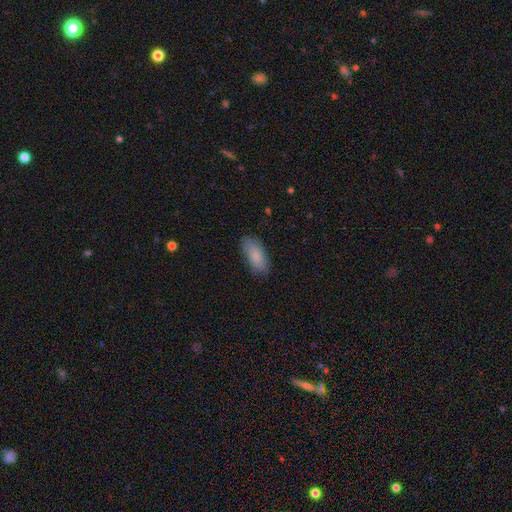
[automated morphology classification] Smooth or featured? smooth (82%)
How rounded? in between (87%)
Merging? none (79%)